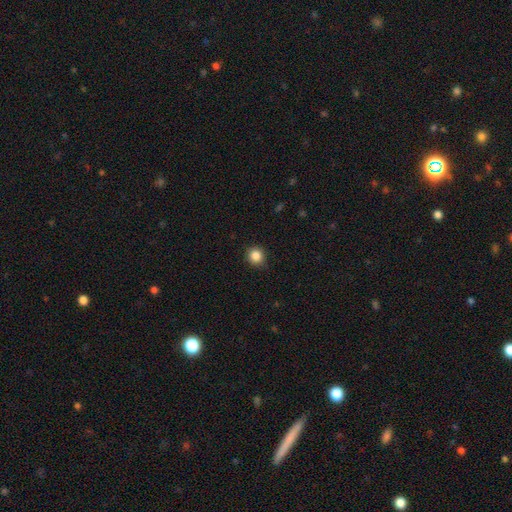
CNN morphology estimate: smooth-or-featured: smooth: 86% | star or artifact: 11% | featured or disk: 4%
  how-rounded: round: 90% | in between: 9% | cigar-shaped: 1%
  merging: none: 90% | minor disturbance: 7% | major disturbance: 2% | merger: 1%